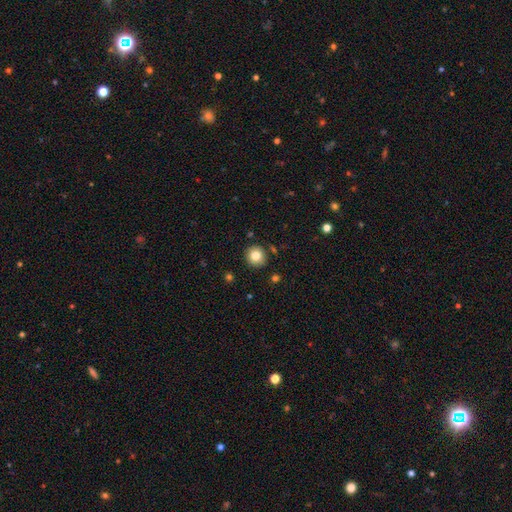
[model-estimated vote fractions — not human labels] smooth-or-featured: smooth: 82% | star or artifact: 10% | featured or disk: 8%
  how-rounded: round: 93% | in between: 6% | cigar-shaped: 1%
  merging: none: 90% | minor disturbance: 6% | merger: 2% | major disturbance: 2%